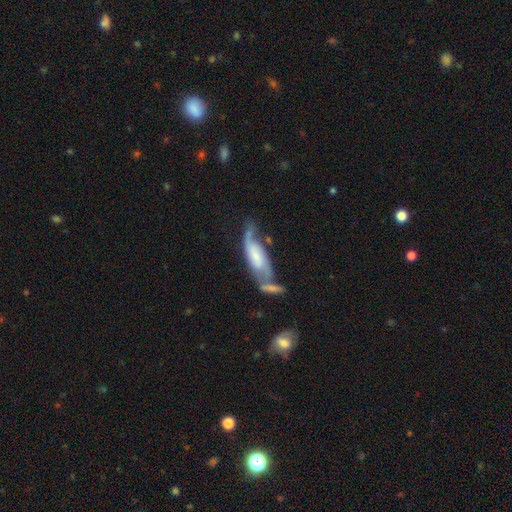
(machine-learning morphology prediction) Overall: featured or disk (71%). Edge-on disk: no (83%). Bar: no (49%; weak 37%). Spiral arms: yes (89%). Spiral arm count: 2 (77%). Spiral winding: loose (45%; medium 37%). Bulge size: small (40%; moderate 27%). Merging: none (38%; merger 24%).